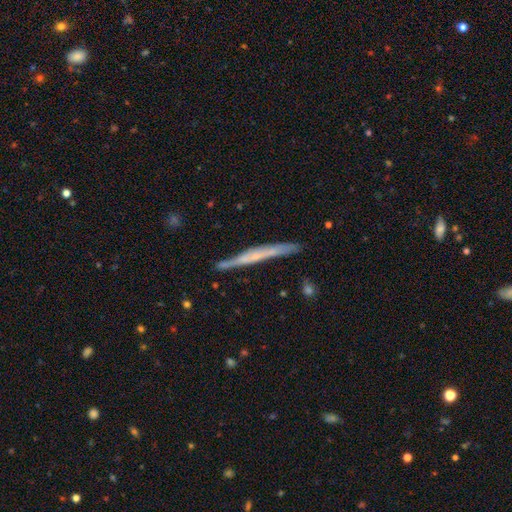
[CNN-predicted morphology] featured or disk 58%, smooth 36%, star or artifact 6%. Down the decision tree: edge-on disk — yes (95%); edge-on bulge — none (70%); merging — none (83%).